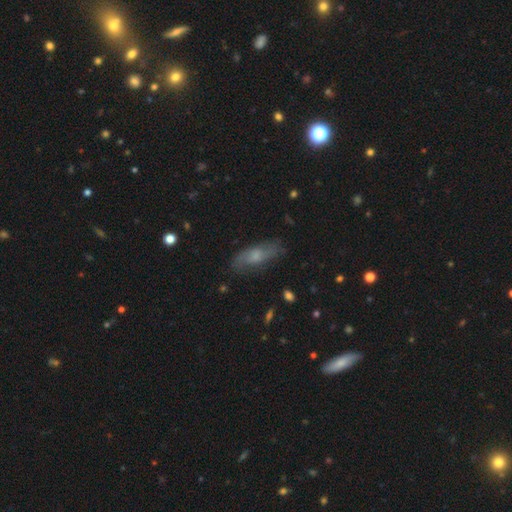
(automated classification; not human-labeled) Q: Smooth or featured?
A: smooth (47%); runner-up: featured or disk (44%)
Q: Merging?
A: none (72%); runner-up: minor disturbance (19%)